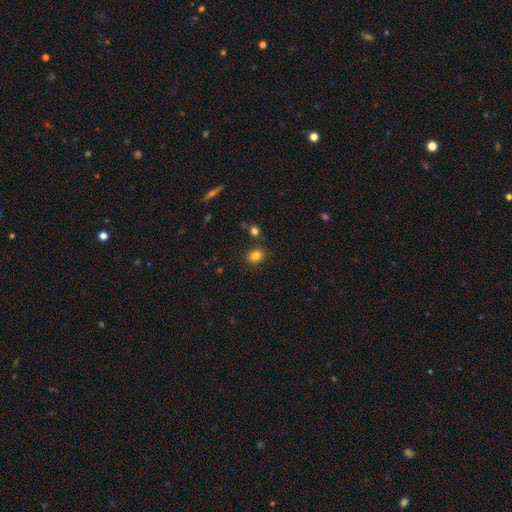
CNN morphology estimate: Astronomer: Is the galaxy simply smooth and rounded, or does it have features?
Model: smooth — 83%.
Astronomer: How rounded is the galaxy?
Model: round — 59% (runner-up: in between, 40%).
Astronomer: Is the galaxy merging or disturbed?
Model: none — 82%.